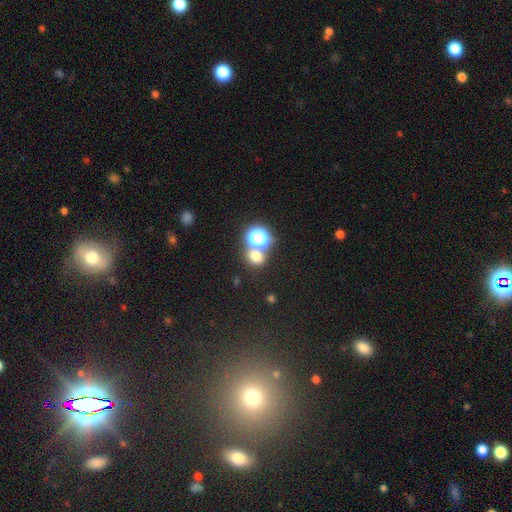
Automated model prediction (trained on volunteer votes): Smooth or featured?
  - smooth: 66% *
  - star or artifact: 27%
  - featured or disk: 7%
How rounded?
  - round: 73% *
  - in between: 25%
  - cigar-shaped: 1%
Merging?
  - none: 63% *
  - merger: 26%
  - minor disturbance: 8%
  - major disturbance: 4%